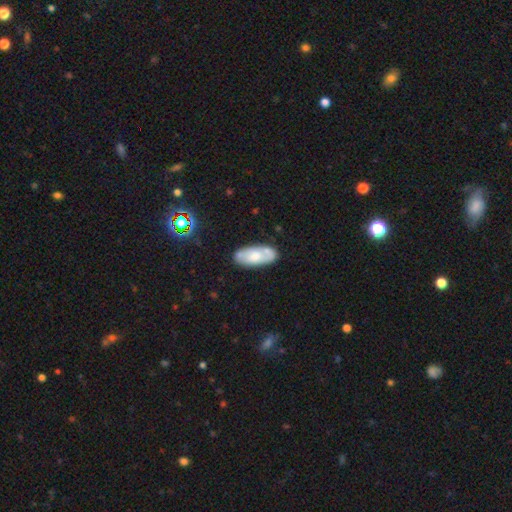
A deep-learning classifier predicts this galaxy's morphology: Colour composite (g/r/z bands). It shows a smooth galaxy with no disk features (53%) that is in between round and cigar-shaped (86%). Merging: none (74%).